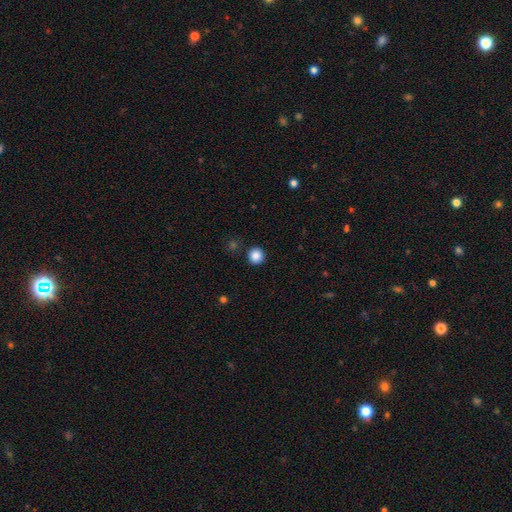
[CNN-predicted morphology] A smooth galaxy with no disk features (87%) that is round (94%). Merging: none (91%).